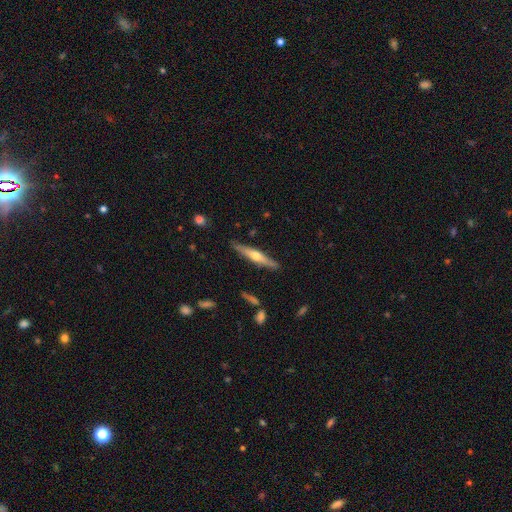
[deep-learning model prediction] Q: Smooth or featured?
A: featured or disk (59%); runner-up: smooth (35%)
Q: Edge-on disk?
A: yes (94%); runner-up: no (6%)
Q: Edge-on bulge?
A: rounded (88%); runner-up: none (9%)
Q: Merging?
A: none (87%); runner-up: minor disturbance (10%)